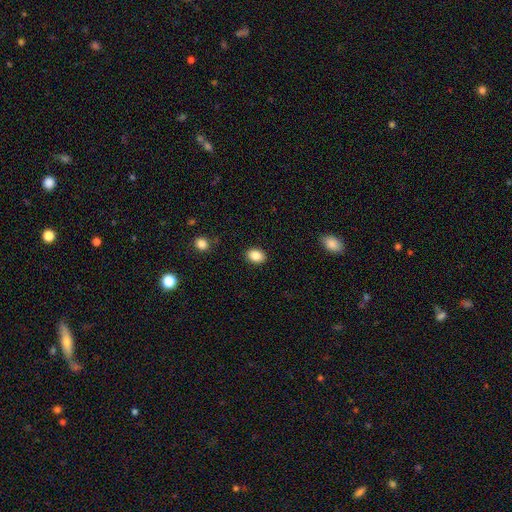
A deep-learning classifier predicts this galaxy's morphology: Q: Smooth or featured?
A: smooth (86%); runner-up: star or artifact (9%)
Q: How rounded?
A: in between (64%); runner-up: round (35%)
Q: Merging?
A: none (90%); runner-up: minor disturbance (7%)